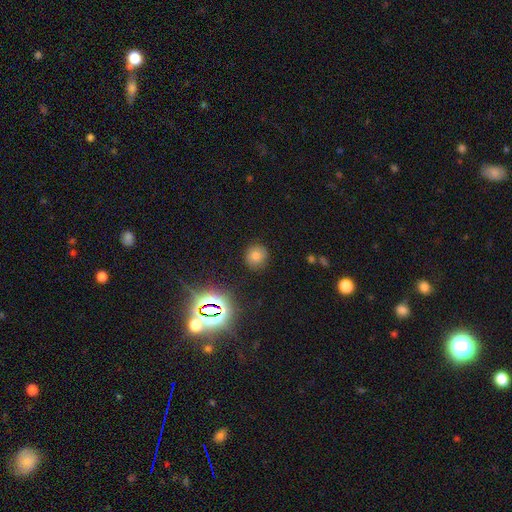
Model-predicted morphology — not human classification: Smooth or featured? Predicted: smooth (p=0.69). How rounded? Predicted: round (p=0.87). Merging? Predicted: none (p=0.87).